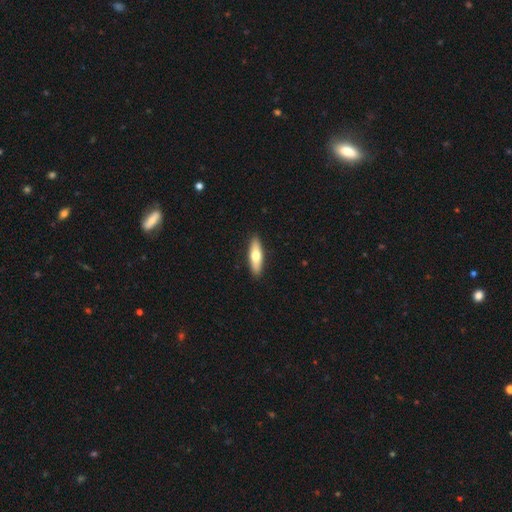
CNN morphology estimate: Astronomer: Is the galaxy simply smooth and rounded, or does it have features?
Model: smooth — 66%.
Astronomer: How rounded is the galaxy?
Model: cigar-shaped — 53% (runner-up: in between, 45%).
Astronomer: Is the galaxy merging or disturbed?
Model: none — 91%.